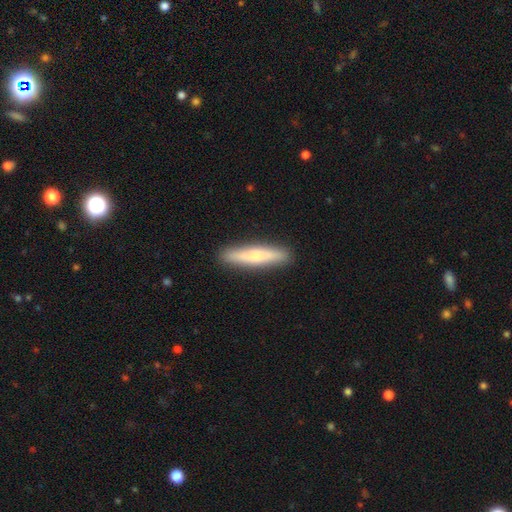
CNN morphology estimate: Overall: smooth (59%; featured or disk 35%). How rounded: cigar-shaped (90%). Merging: none (91%).